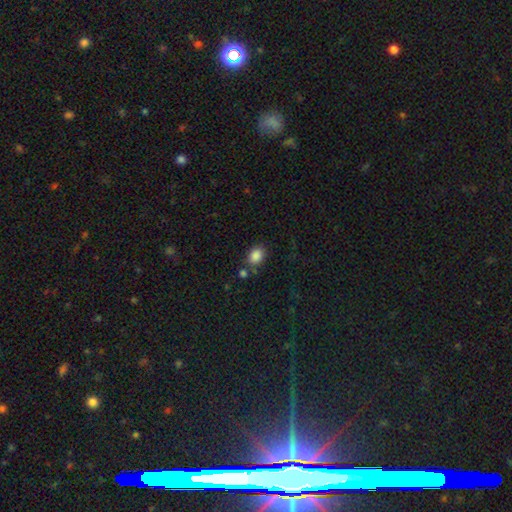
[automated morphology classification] Smooth or featured?
  - smooth: 86% *
  - star or artifact: 10%
  - featured or disk: 4%
How rounded?
  - in between: 64% *
  - round: 35%
  - cigar-shaped: 1%
Merging?
  - none: 73% *
  - minor disturbance: 13%
  - merger: 10%
  - major disturbance: 4%